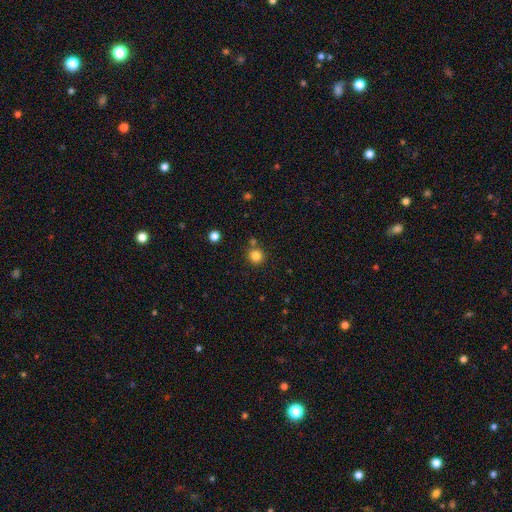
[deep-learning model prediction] Q: Smooth or featured?
A: smooth (83%); runner-up: star or artifact (12%)
Q: How rounded?
A: round (93%); runner-up: in between (6%)
Q: Merging?
A: none (80%); runner-up: merger (11%)